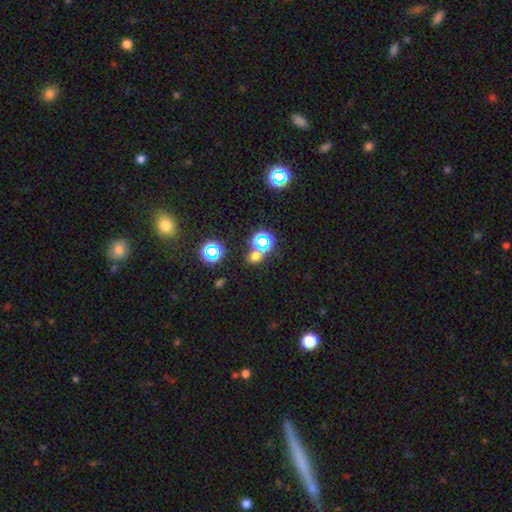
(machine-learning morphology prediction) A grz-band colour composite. It shows a smooth galaxy with no disk features (48%). Merging: none (63%).